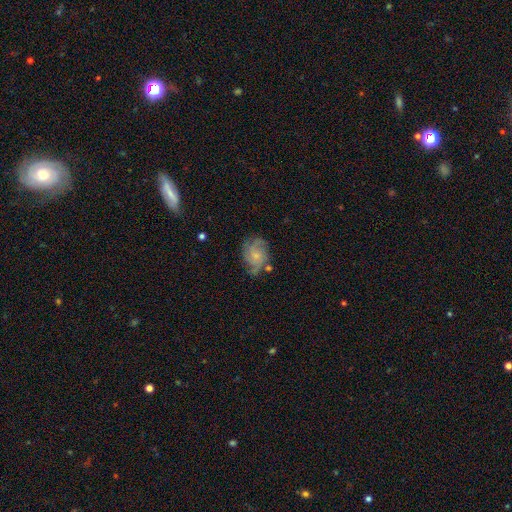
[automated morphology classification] Smooth or featured: featured or disk — 75% (smooth — 17%)
Edge-on disk: no — 98% (yes — 2%)
Bar: no — 75% (weak — 22%)
Spiral arms: yes — 94% (no — 6%)
Spiral winding: medium — 43% (tight — 40%)
Spiral arm count: 3 — 35% (can't tell — 20%)
Bulge size: small — 70% (moderate — 21%)
Merging: none — 65% (minor disturbance — 22%)